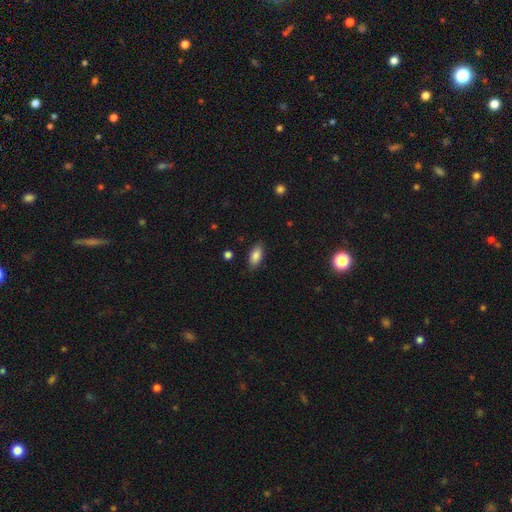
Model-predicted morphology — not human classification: smooth 85%, featured or disk 8%, star or artifact 7%. Down the decision tree: how rounded — in between (90%); merging — none (84%).